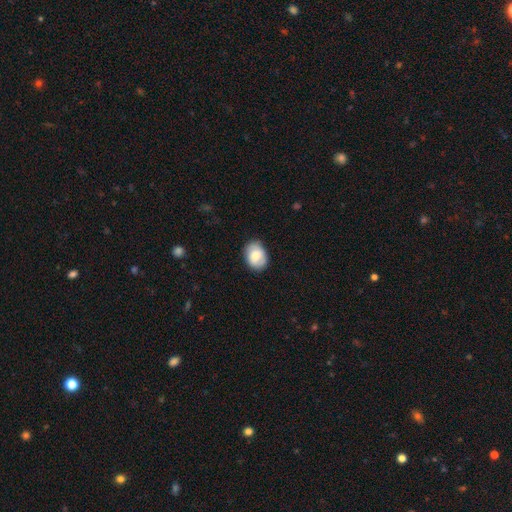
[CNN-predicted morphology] smooth-or-featured: smooth: 79% | featured or disk: 14% | star or artifact: 7%
  how-rounded: in between: 72% | round: 27% | cigar-shaped: 1%
  merging: none: 80% | minor disturbance: 16% | major disturbance: 3% | merger: 1%